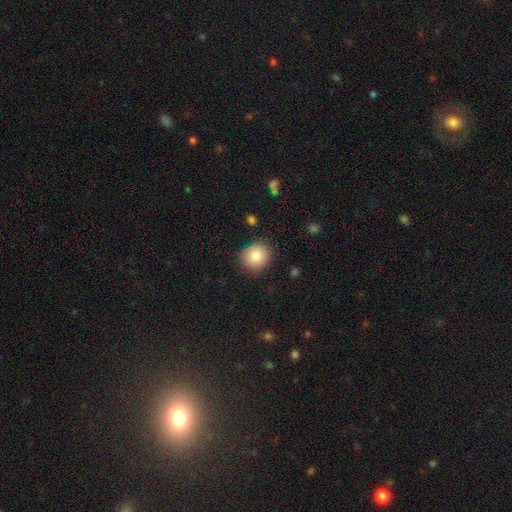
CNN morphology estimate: Smooth or featured?
  - smooth: 85% *
  - star or artifact: 9%
  - featured or disk: 6%
How rounded?
  - round: 83% *
  - in between: 17%
  - cigar-shaped: 1%
Merging?
  - none: 85% *
  - minor disturbance: 11%
  - major disturbance: 3%
  - merger: 2%